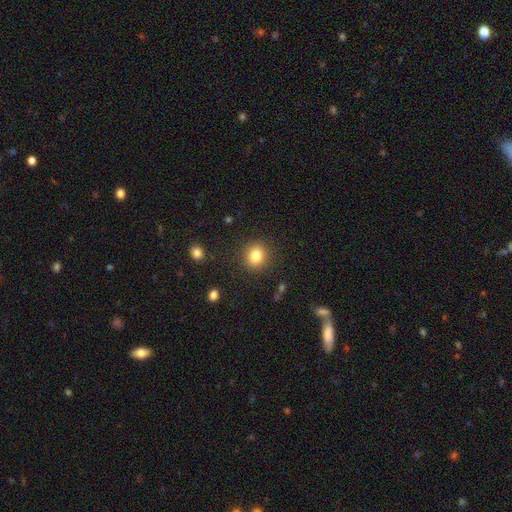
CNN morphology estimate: A smooth galaxy with no disk features (82%) that is round (82%). Merging: none (88%).